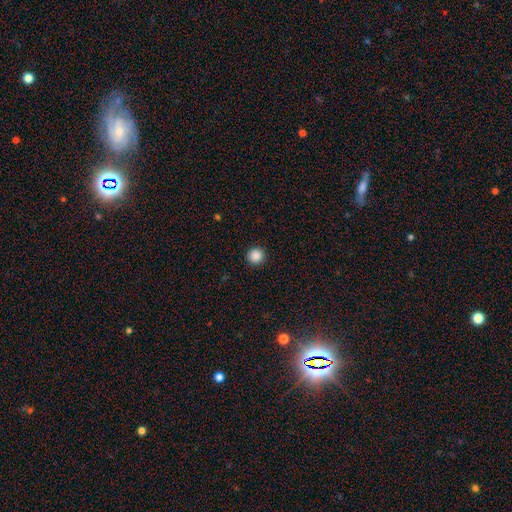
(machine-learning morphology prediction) Overall: smooth (87%). How rounded: round (95%). Merging: none (93%).